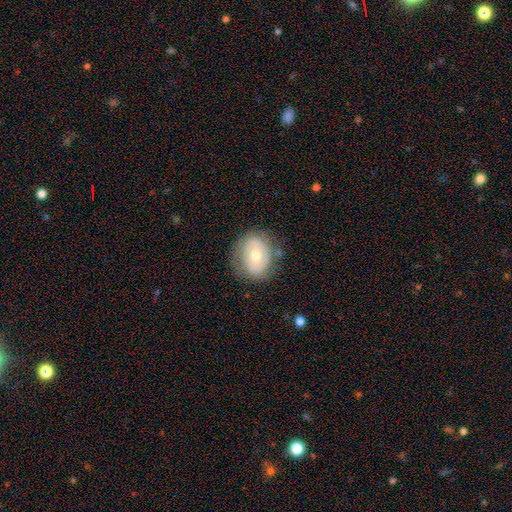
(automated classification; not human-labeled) Q: Smooth or featured?
A: smooth (47%); runner-up: featured or disk (46%)
Q: Merging?
A: none (73%); runner-up: minor disturbance (18%)